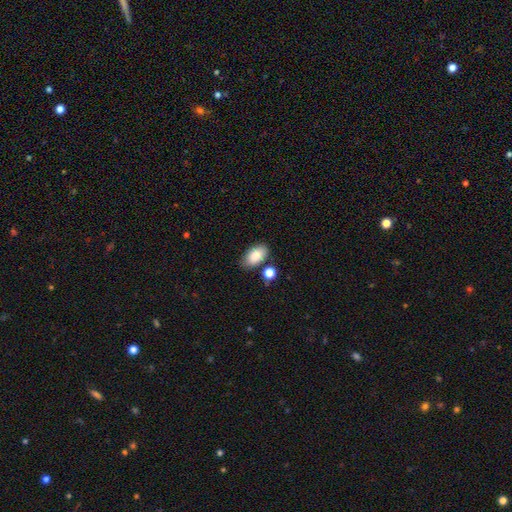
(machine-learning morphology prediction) Smooth or featured? smooth (85%)
How rounded? in between (93%)
Merging? none (78%)